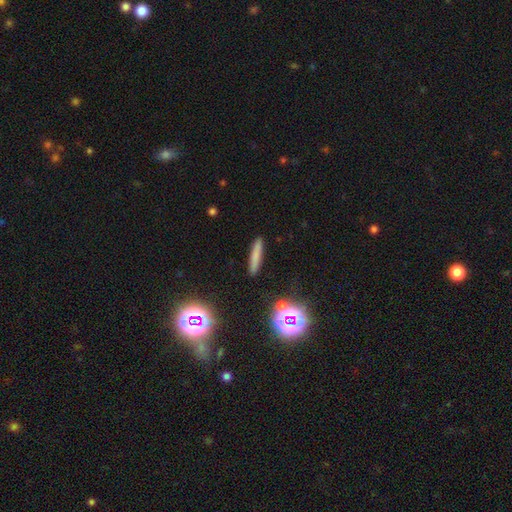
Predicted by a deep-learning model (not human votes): Morphology: type=smooth (70%); roundness=cigar-shaped (90%); merging=none (89%).